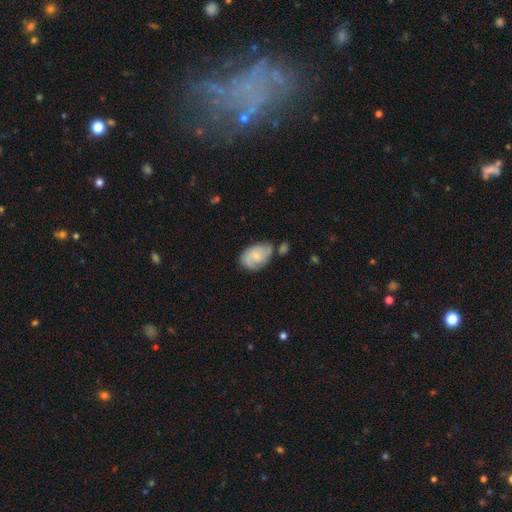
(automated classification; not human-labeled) Overall: featured or disk (48%; smooth 45%). Merging: none (53%; minor disturbance 26%).